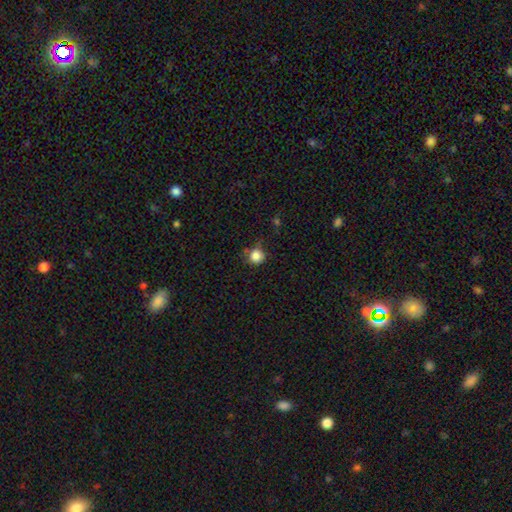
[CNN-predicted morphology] Smooth or featured? Predicted: smooth (p=0.83). How rounded? Predicted: round (p=0.91). Merging? Predicted: none (p=0.70).